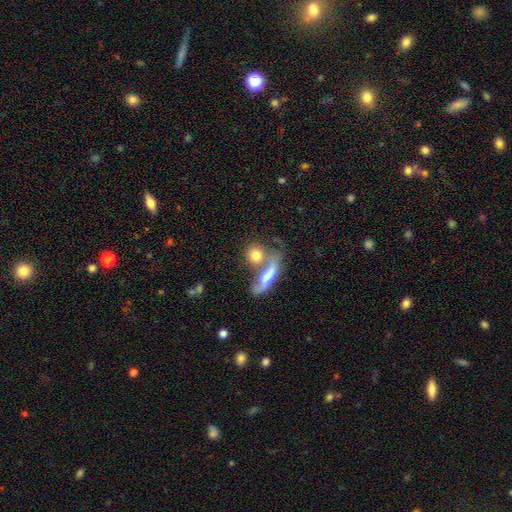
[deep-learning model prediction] smooth-or-featured: smooth: 69% | featured or disk: 23% | star or artifact: 9%
  how-rounded: round: 58% | in between: 30% | cigar-shaped: 12%
  merging: merger: 45% | none: 37% | minor disturbance: 11% | major disturbance: 7%